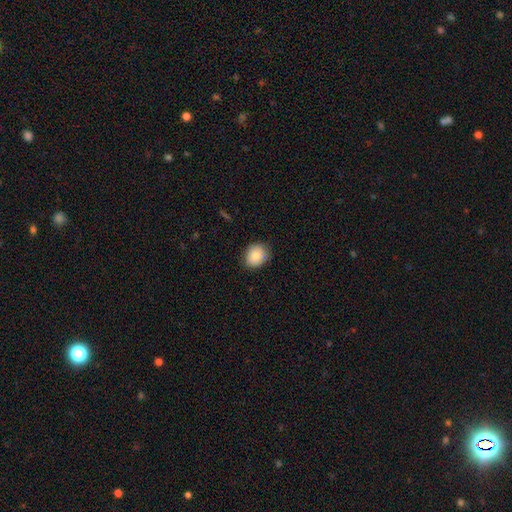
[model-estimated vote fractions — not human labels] Smooth or featured?
  - smooth: 83% *
  - featured or disk: 9%
  - star or artifact: 8%
How rounded?
  - round: 67% *
  - in between: 32%
  - cigar-shaped: 1%
Merging?
  - none: 80% *
  - minor disturbance: 16%
  - major disturbance: 3%
  - merger: 1%